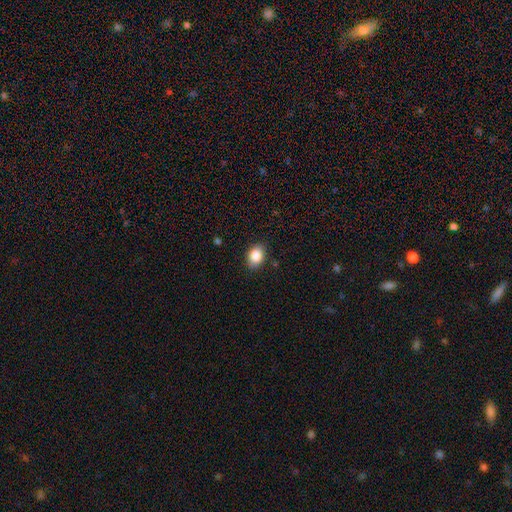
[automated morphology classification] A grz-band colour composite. It shows a smooth galaxy with no disk features (86%) that is in between round and cigar-shaped (72%). Merging: none (85%).